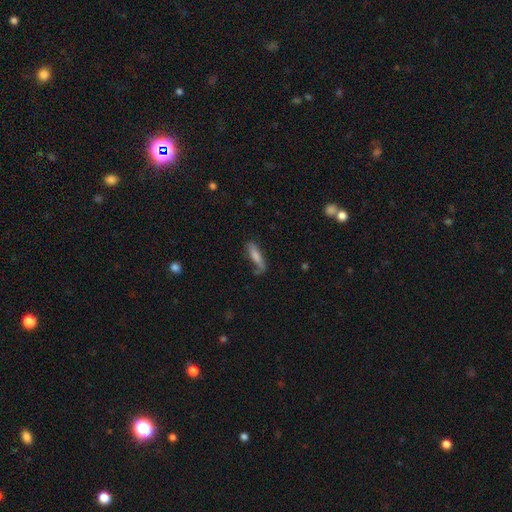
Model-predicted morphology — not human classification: Overall: smooth (63%; featured or disk 29%). How rounded: cigar-shaped (69%). Merging: none (54%; minor disturbance 27%).